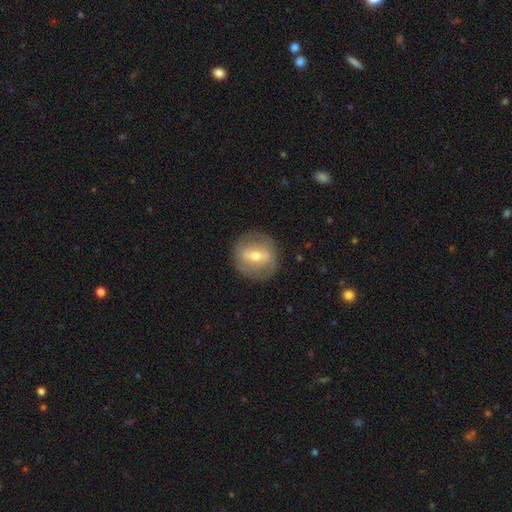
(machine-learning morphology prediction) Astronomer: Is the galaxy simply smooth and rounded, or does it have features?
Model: featured or disk — 57% (runner-up: smooth, 35%).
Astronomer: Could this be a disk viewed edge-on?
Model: no — 89%.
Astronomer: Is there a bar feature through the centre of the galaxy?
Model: strong — 44% (runner-up: weak, 39%).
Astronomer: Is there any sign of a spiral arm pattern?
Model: no — 63%.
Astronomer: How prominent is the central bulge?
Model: moderate — 61%.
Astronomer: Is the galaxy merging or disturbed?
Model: none — 84%.